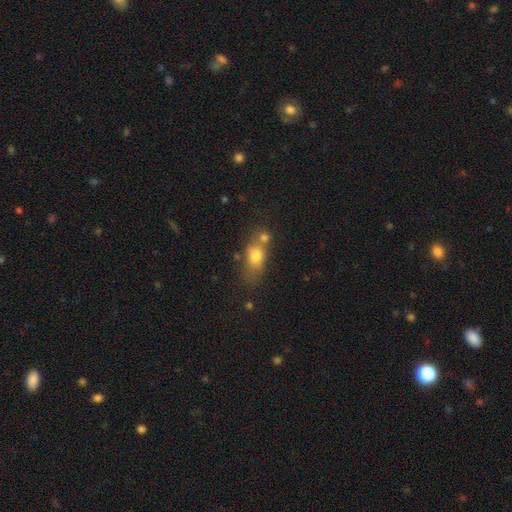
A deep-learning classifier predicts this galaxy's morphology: The model was most divided on "merging": none: 41%, merger: 34%, minor disturbance: 17%, major disturbance: 8%. More confident: smooth or featured — smooth (73%); how rounded — in between (63%).